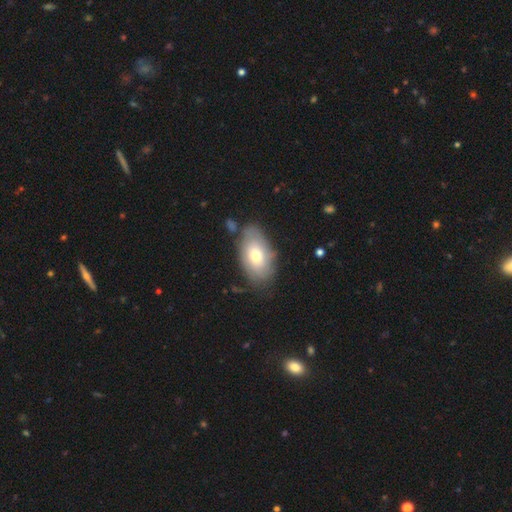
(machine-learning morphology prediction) smooth 65%, featured or disk 28%, star or artifact 7%. Down the decision tree: how rounded — in between (92%); merging — none (69%).